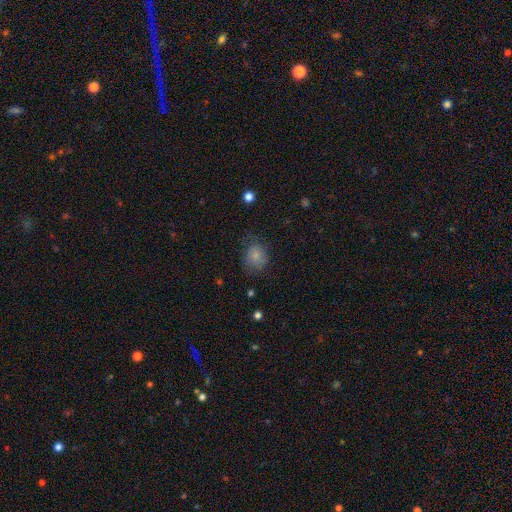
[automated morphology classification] Overall: smooth (79%). How rounded: round (64%; in between 36%). Merging: none (63%; minor disturbance 25%).